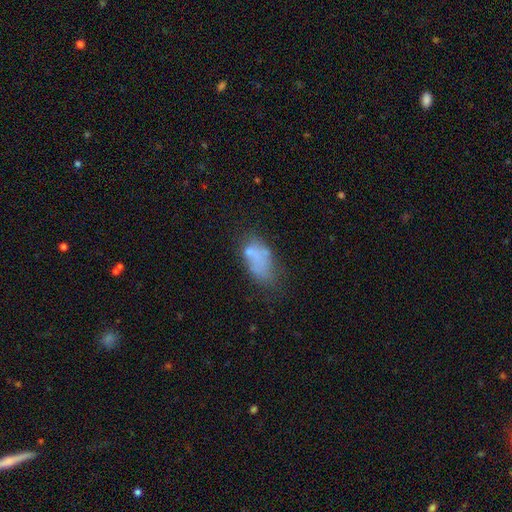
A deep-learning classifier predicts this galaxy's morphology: This is possibly a smooth galaxy (57%). How rounded: clearly in between (87%). Merging: marginally none (40%).